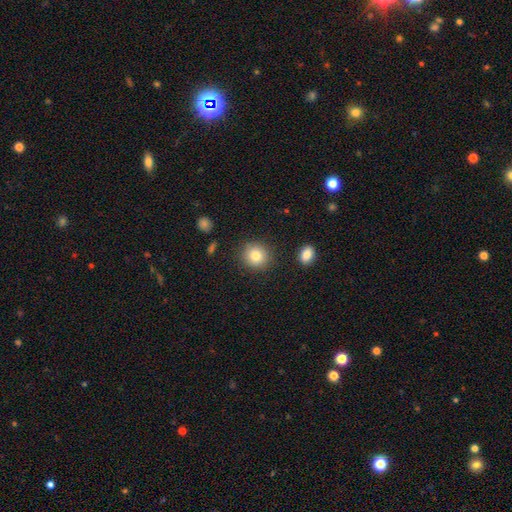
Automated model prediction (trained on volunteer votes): Q: Smooth or featured?
A: smooth (81%); runner-up: star or artifact (10%)
Q: How rounded?
A: round (89%); runner-up: in between (10%)
Q: Merging?
A: none (88%); runner-up: minor disturbance (8%)